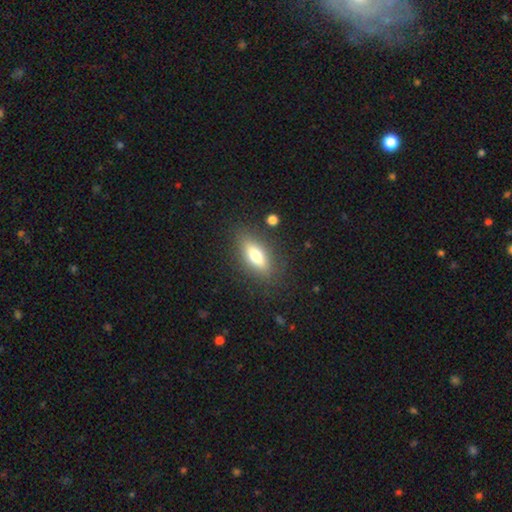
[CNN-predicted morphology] smooth 62%, featured or disk 30%, star or artifact 8%. Down the decision tree: how rounded — in between (69%); merging — none (84%).